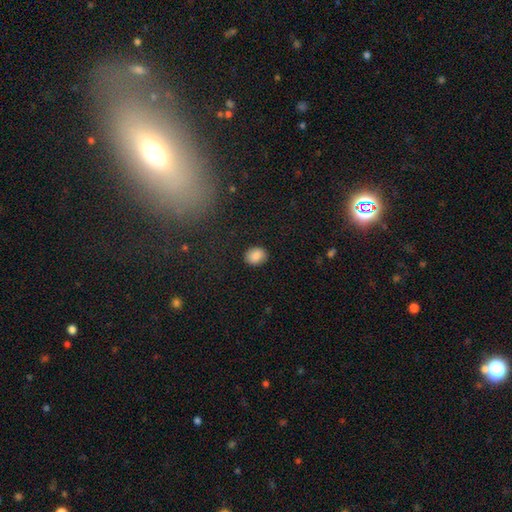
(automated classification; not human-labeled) A smooth galaxy with no disk features (87%) that is round (51%). Merging: none (88%).